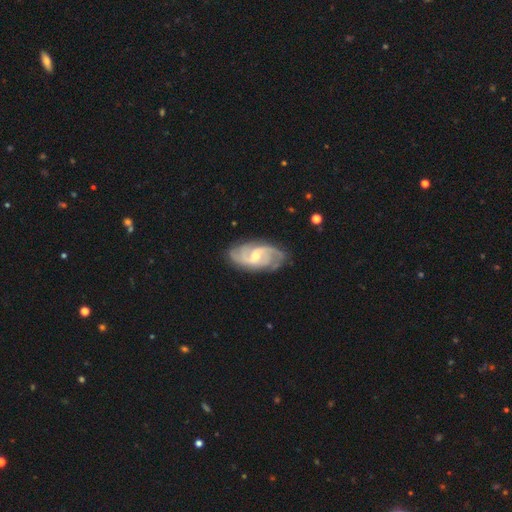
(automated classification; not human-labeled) A featured or disk galaxy (88%) with a weak bar (50%), 2 (39%) medium (45%) spiral arms (97%) and a small central bulge (51%). Merging: none (80%).